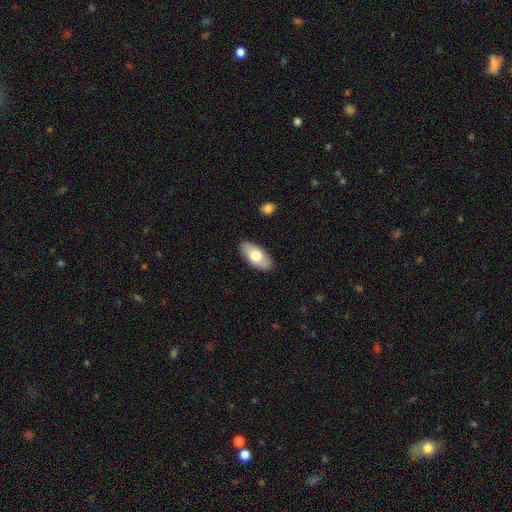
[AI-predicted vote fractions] This appears to be a smooth galaxy with no disk features (71%) that is in between round and cigar-shaped (92%). Merging: none (87%).